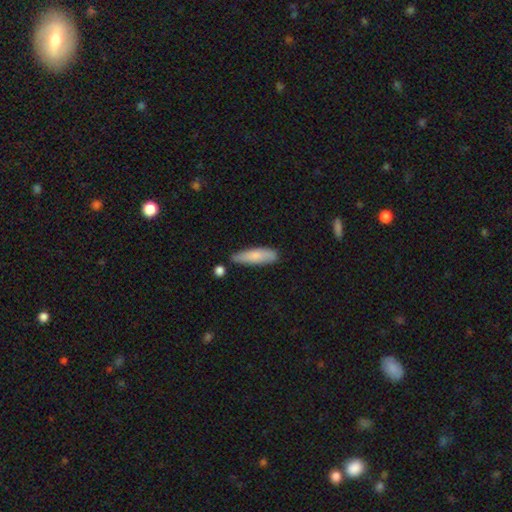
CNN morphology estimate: This appears to be a smooth galaxy with no disk features (78%) that is cigar-shaped (63%). Merging: none (70%).